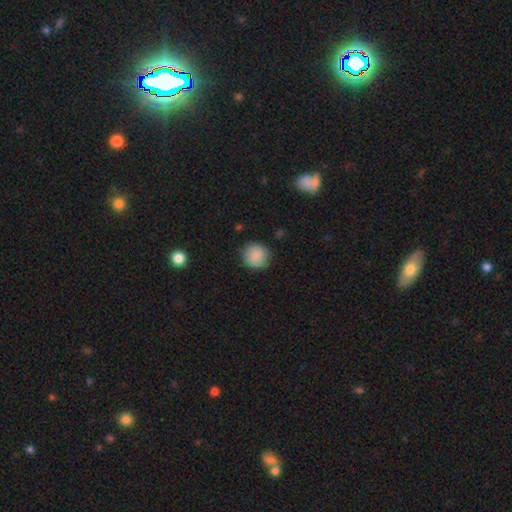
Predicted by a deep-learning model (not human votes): The model was most divided on "merging": none: 85%, minor disturbance: 11%, major disturbance: 3%, merger: 1%. More confident: how rounded — round (89%); smooth or featured — smooth (87%).